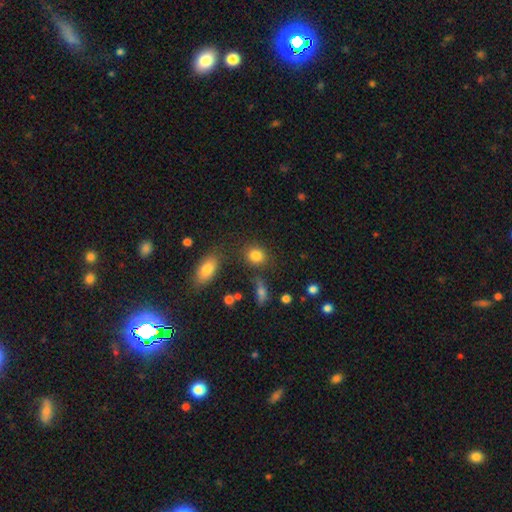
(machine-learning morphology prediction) smooth-or-featured: smooth: 84% | star or artifact: 10% | featured or disk: 6%
  how-rounded: round: 68% | in between: 30% | cigar-shaped: 2%
  merging: none: 78% | minor disturbance: 11% | merger: 7% | major disturbance: 4%